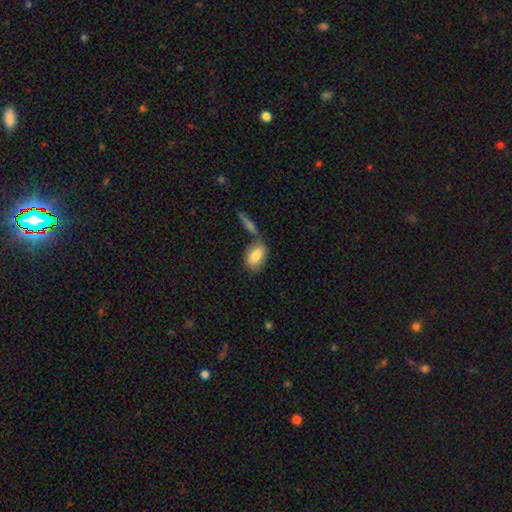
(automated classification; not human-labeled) This is clearly a smooth galaxy (83%). How rounded: clearly in between (90%). Merging: possibly none (56%).